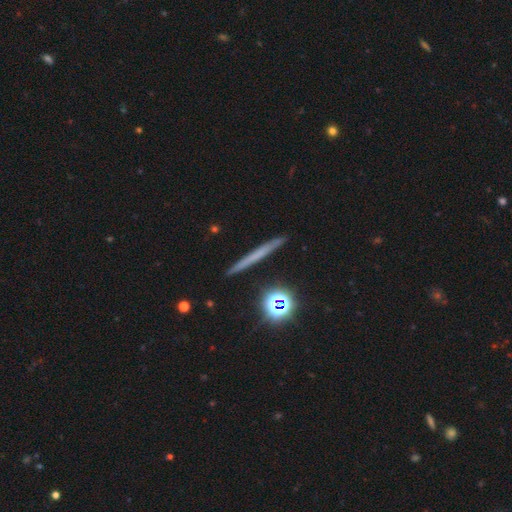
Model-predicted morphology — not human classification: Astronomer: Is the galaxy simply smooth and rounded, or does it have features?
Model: smooth — 45% (runner-up: featured or disk, 40%).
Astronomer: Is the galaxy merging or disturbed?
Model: none — 91%.